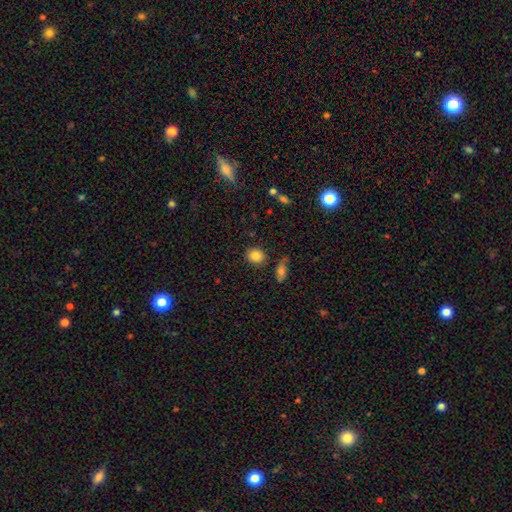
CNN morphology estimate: A smooth galaxy with no disk features (84%) that is round (75%). Merging: none (85%).